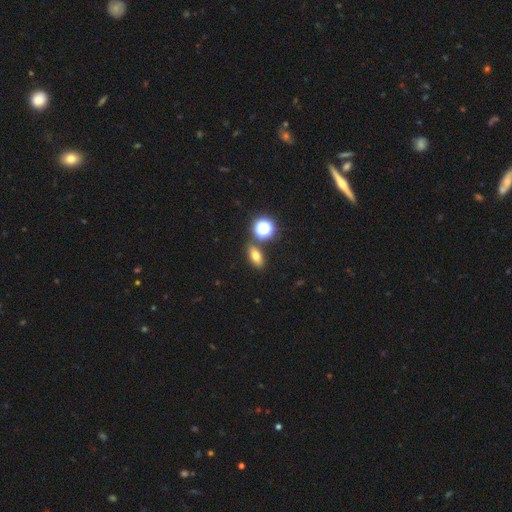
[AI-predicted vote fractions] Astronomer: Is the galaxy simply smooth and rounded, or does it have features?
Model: smooth — 67%.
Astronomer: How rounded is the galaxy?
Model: in between — 71%.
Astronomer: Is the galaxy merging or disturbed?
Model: none — 81%.